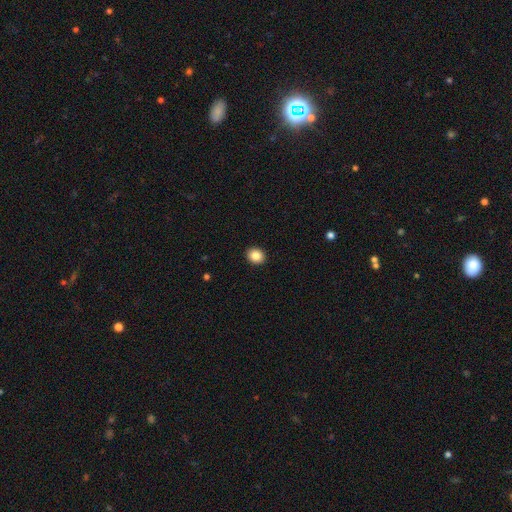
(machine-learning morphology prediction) smooth 85%, star or artifact 9%, featured or disk 5%. Down the decision tree: how rounded — round (65%); merging — none (92%).